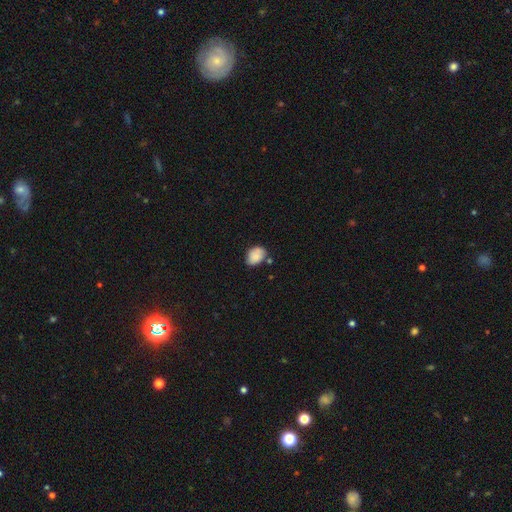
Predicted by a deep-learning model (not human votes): smooth 84%, featured or disk 8%, star or artifact 8%. Down the decision tree: how rounded — in between (75%); merging — none (63%).